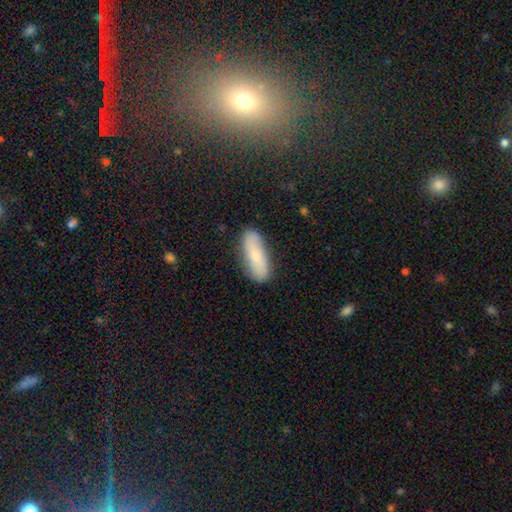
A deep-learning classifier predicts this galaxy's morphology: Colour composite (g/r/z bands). It shows a smooth galaxy with no disk features (69%) that is in between round and cigar-shaped (62%). Merging: none (83%).